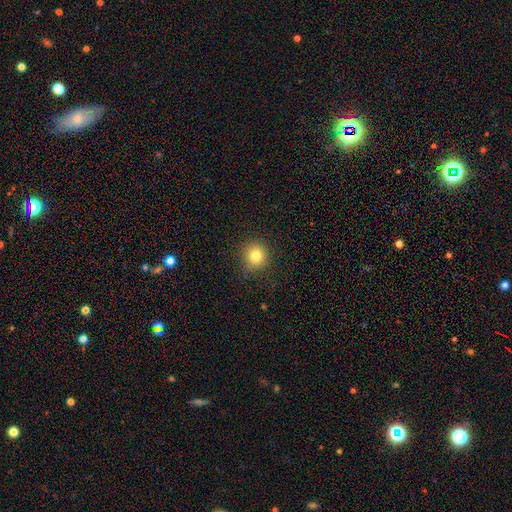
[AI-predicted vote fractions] Smooth or featured: smooth — 80% (star or artifact — 13%)
How rounded: round — 90% (in between — 9%)
Merging: none — 85% (minor disturbance — 10%)